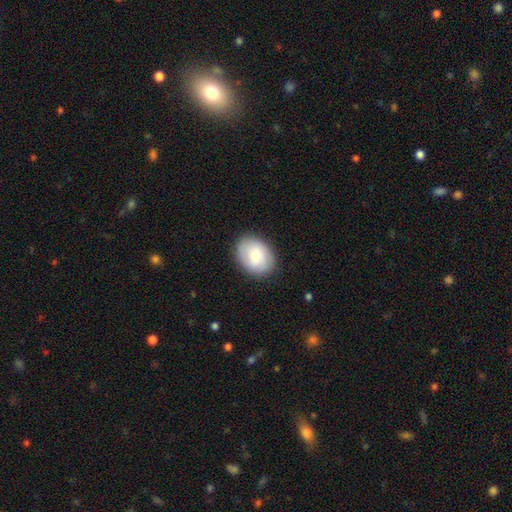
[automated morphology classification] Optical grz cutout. It shows a smooth galaxy with no disk features (76%) that is in between round and cigar-shaped (67%). Merging: none (86%).